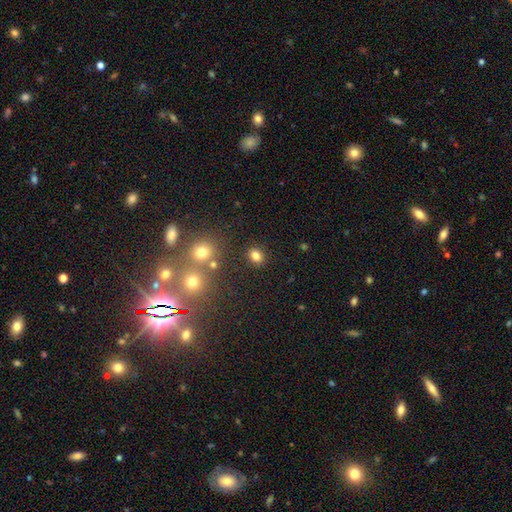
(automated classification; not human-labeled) The model was most divided on "how rounded": round: 53%, in between: 46%, cigar-shaped: 1%. More confident: merging — none (84%); smooth or featured — smooth (80%).